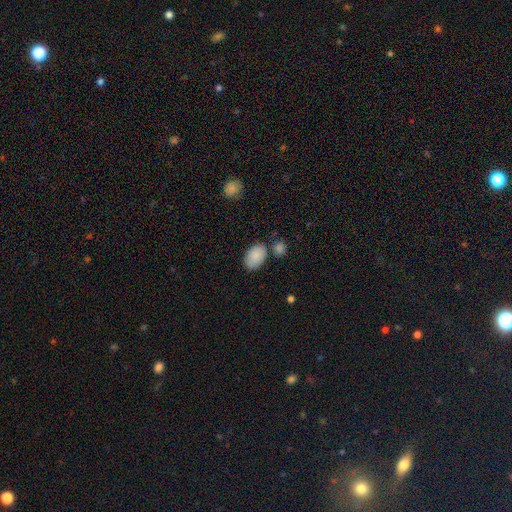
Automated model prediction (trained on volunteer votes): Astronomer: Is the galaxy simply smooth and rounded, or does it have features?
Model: smooth — 87%.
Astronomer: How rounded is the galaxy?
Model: in between — 91%.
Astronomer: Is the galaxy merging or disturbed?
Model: none — 70%.